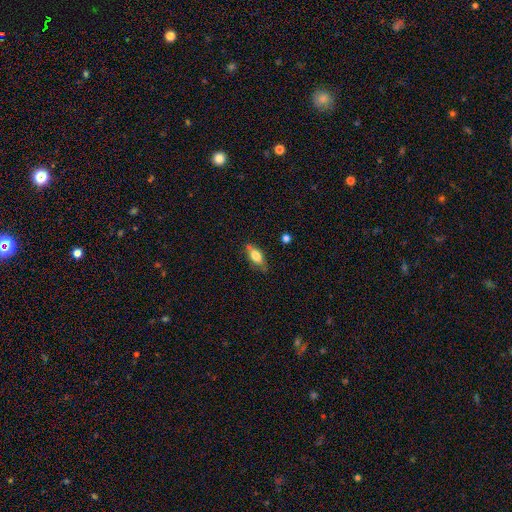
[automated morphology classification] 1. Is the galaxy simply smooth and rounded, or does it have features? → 74% smooth, 18% featured or disk, 8% star or artifact.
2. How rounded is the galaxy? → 81% in between, 15% cigar-shaped, 3% round.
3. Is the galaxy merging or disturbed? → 65% none, 24% minor disturbance, 6% merger, 5% major disturbance.